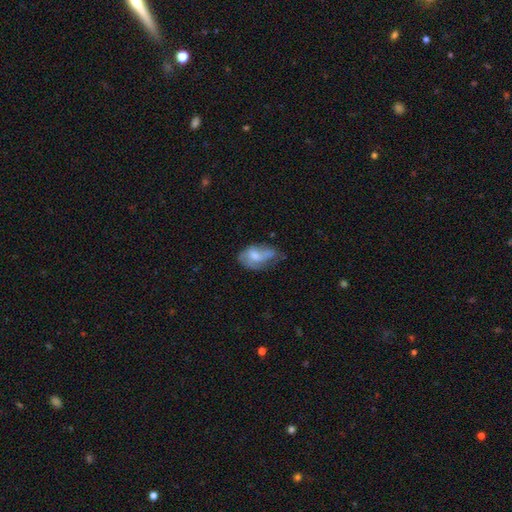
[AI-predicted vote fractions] This appears to be a smooth galaxy with no disk features (52%) that is in between round and cigar-shaped (88%). Merging: minor disturbance (36%).